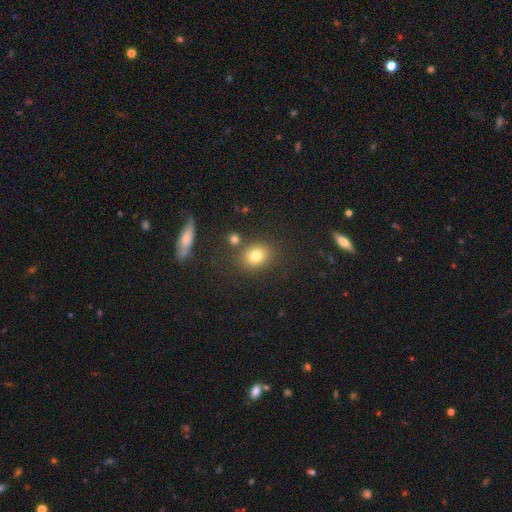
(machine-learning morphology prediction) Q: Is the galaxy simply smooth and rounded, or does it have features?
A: smooth — 78%.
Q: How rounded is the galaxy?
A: round — 68%.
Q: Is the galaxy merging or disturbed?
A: none — 80%.